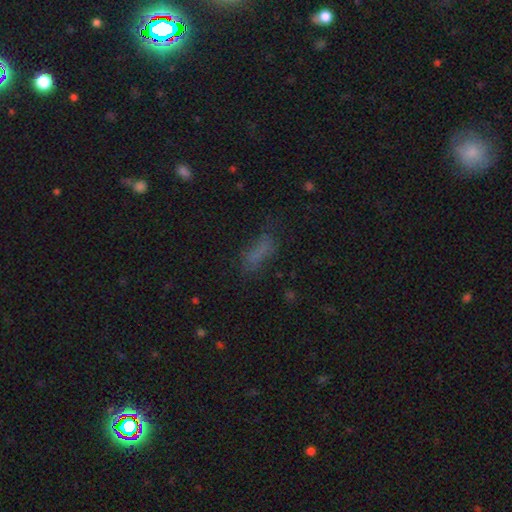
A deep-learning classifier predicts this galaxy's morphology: type=smooth (67%); roundness=in between (51%); merging=none (58%).